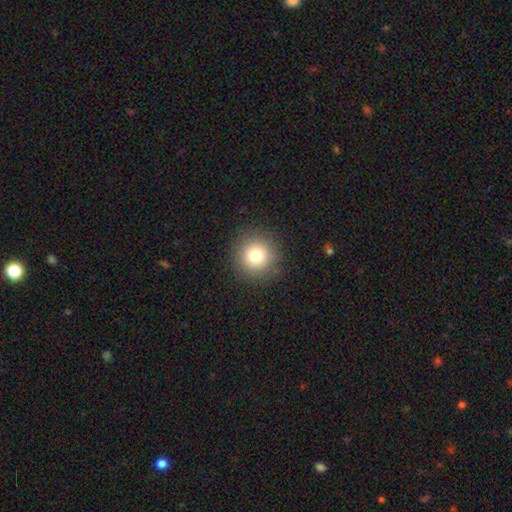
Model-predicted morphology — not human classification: Overall: smooth (80%). How rounded: round (95%). Merging: none (90%).